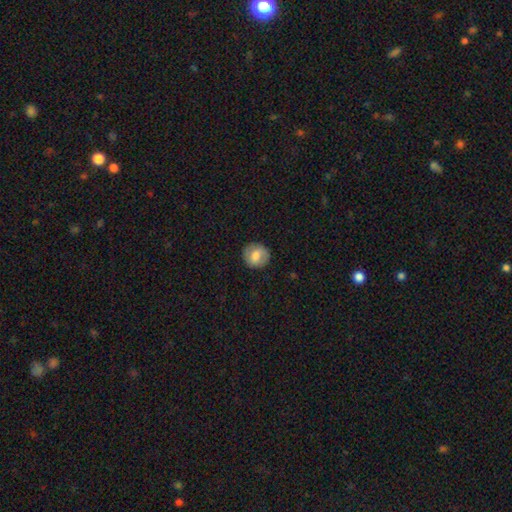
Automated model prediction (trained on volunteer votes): Smooth or featured? smooth (68%)
How rounded? round (88%)
Merging? none (86%)